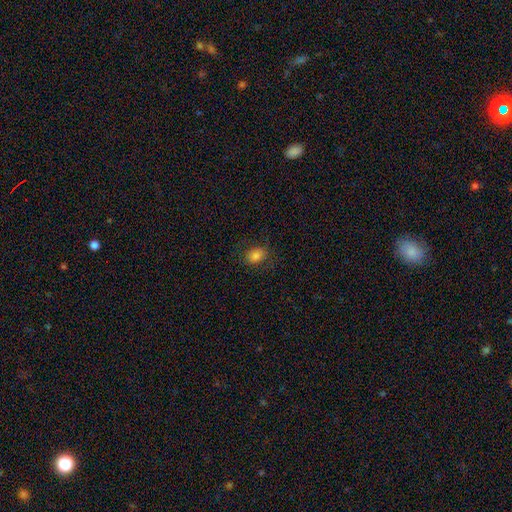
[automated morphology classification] A smooth galaxy with no disk features (81%) that is in between round and cigar-shaped (60%). Merging: none (81%).